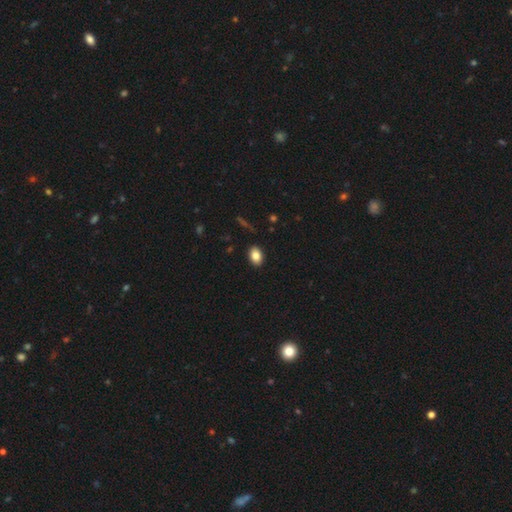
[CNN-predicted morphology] The model was most divided on "how rounded": in between: 83%, round: 16%, cigar-shaped: 1%. More confident: merging — none (90%); smooth or featured — smooth (85%).